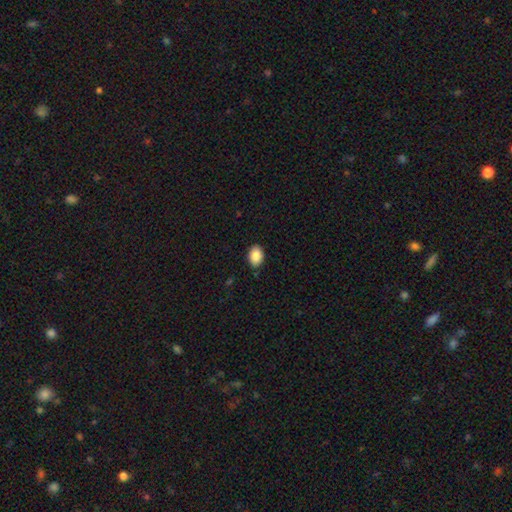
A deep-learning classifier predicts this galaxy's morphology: type=smooth (87%); roundness=in between (81%); merging=none (88%).